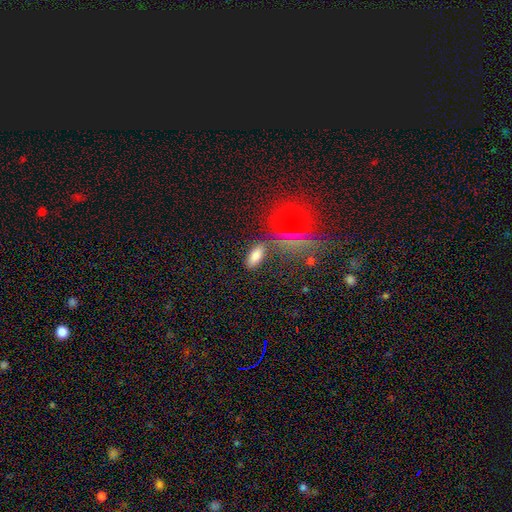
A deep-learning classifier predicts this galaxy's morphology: A smooth galaxy with no disk features (79%) that is in between round and cigar-shaped (83%). Merging: none (78%).